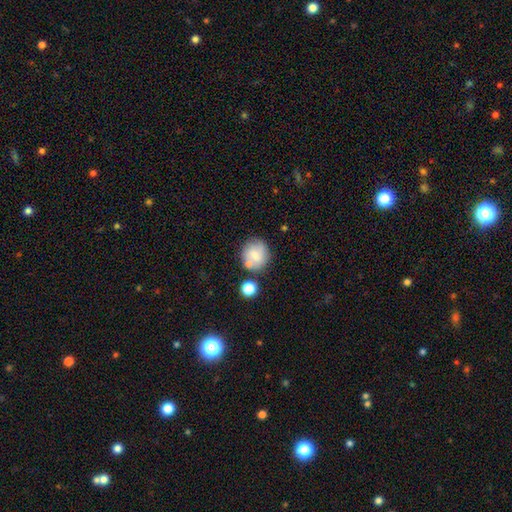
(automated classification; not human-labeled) A smooth galaxy with no disk features (79%) that is round (87%).

Vote fractions:
- Smooth or featured? smooth: 79% / featured or disk: 13% / star or artifact: 9%
- How rounded? round: 87% / in between: 13% / cigar-shaped: 1%
- Merging? none: 65% / minor disturbance: 15% / merger: 15% / major disturbance: 5%